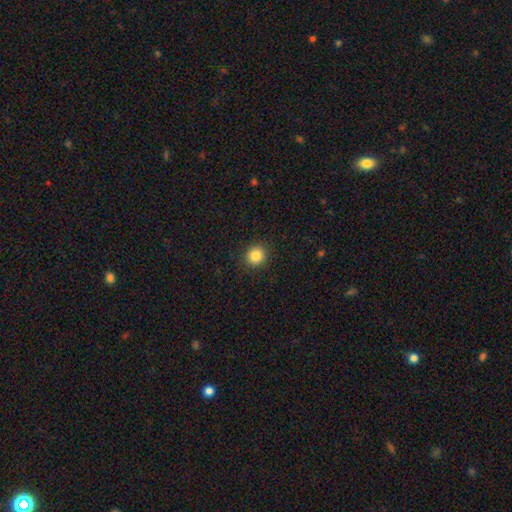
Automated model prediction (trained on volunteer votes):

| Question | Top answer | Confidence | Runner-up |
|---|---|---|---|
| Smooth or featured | smooth | 84% | star or artifact (11%) |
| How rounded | round | 87% | in between (13%) |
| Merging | none | 91% | minor disturbance (6%) |